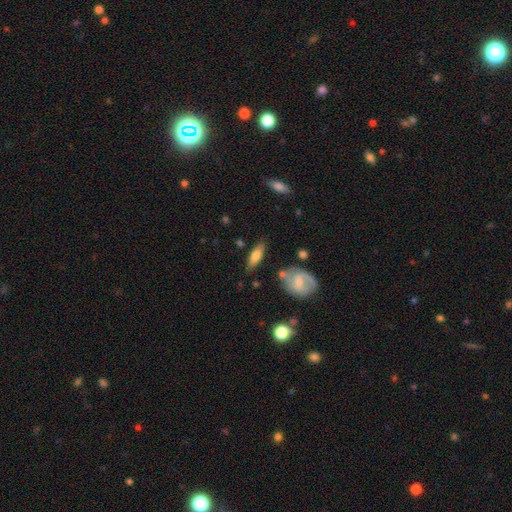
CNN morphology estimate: This is likely a smooth galaxy (62%). How rounded: possibly in between (58%). Merging: likely none (75%).